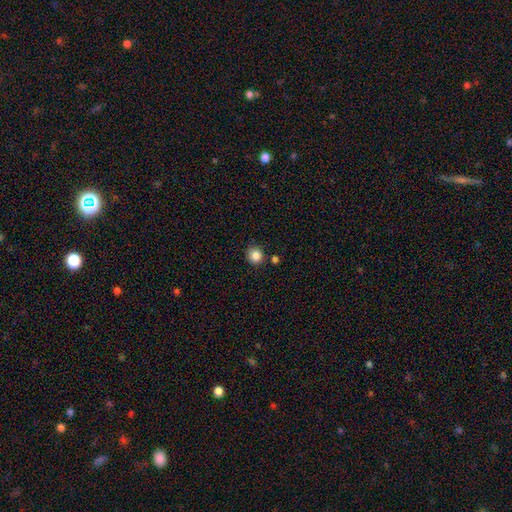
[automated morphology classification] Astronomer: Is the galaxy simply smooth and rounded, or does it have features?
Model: smooth — 86%.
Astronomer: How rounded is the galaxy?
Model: round — 89%.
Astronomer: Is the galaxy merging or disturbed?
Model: none — 82%.